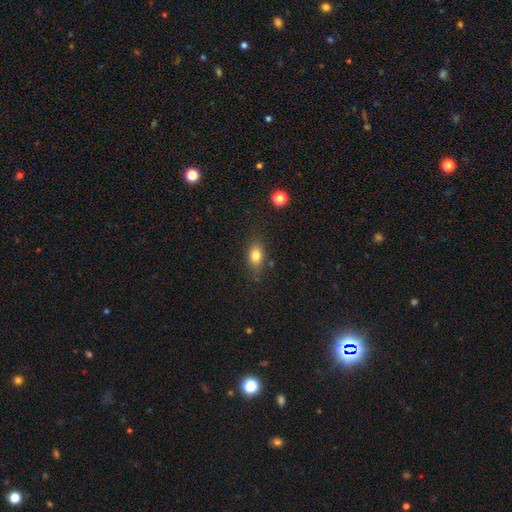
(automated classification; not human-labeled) This appears to be a smooth galaxy with no disk features (78%) that is in between round and cigar-shaped (76%). Merging: none (78%).